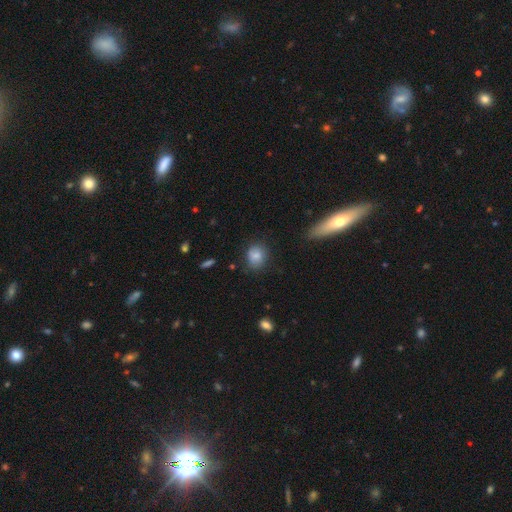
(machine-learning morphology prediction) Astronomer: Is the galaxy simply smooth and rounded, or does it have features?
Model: smooth — 81%.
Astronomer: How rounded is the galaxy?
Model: round — 61% (runner-up: in between, 38%).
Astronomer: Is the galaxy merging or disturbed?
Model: none — 73%.